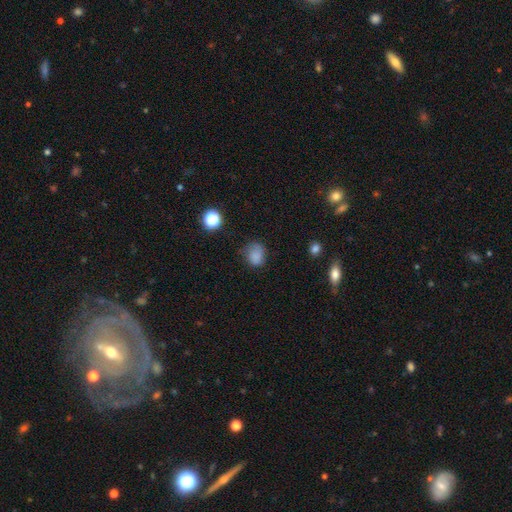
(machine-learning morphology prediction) Smooth or featured? Predicted: smooth (p=0.80). How rounded? Predicted: round (p=0.54). Merging? Predicted: none (p=0.61).